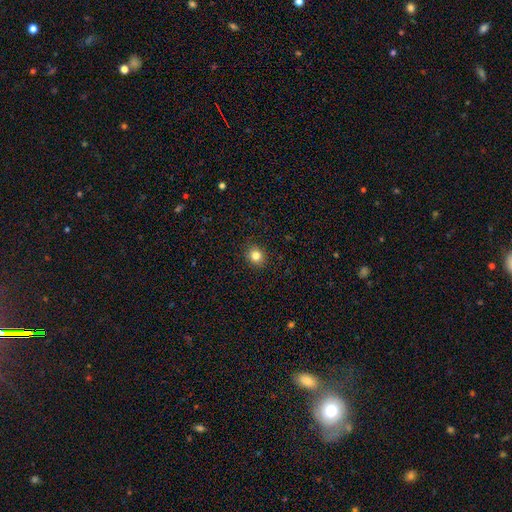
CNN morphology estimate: Q: Smooth or featured?
A: smooth (82%); runner-up: star or artifact (12%)
Q: How rounded?
A: round (78%); runner-up: in between (21%)
Q: Merging?
A: none (91%); runner-up: minor disturbance (6%)